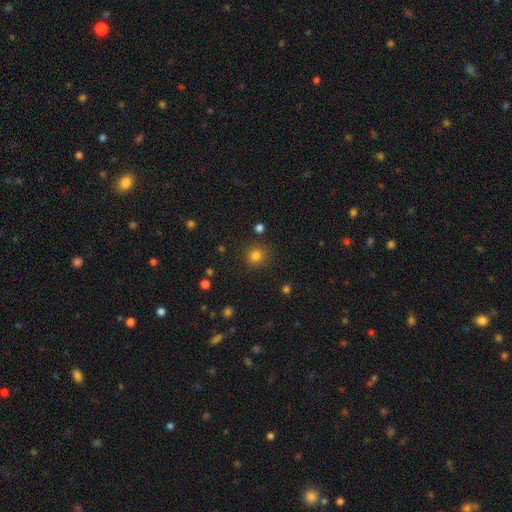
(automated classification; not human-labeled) This appears to be a smooth galaxy with no disk features (82%) that is round (92%). Merging: none (88%).